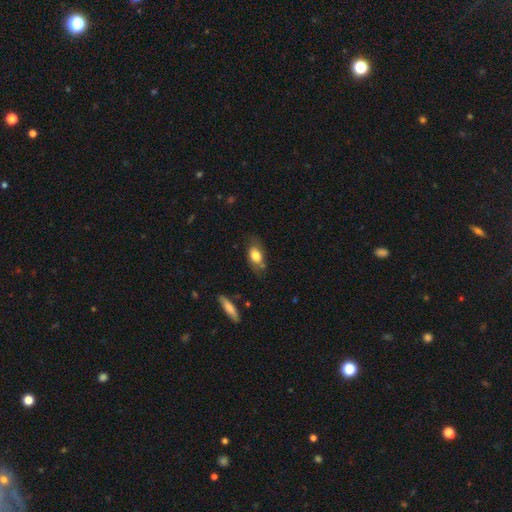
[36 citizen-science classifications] Smooth or featured: smooth — 67% (featured or disk — 31%)
How rounded: in between — 88% (cigar-shaped — 8%)
Merging: none — 49% (minor disturbance — 43%)